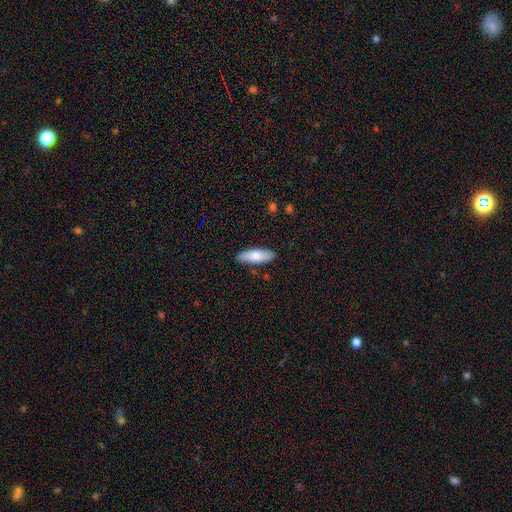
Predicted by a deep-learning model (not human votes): This appears to be a smooth galaxy with no disk features (77%) that is in between round and cigar-shaped (63%). Merging: none (88%).